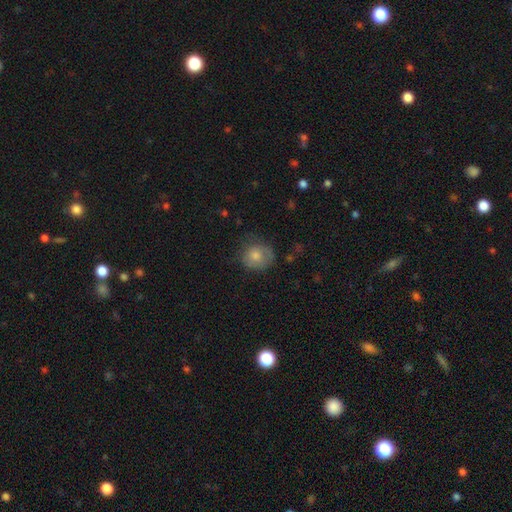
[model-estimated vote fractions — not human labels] Smooth or featured?
  - smooth: 75% *
  - featured or disk: 17%
  - star or artifact: 8%
How rounded?
  - round: 77% *
  - in between: 22%
  - cigar-shaped: 1%
Merging?
  - none: 58% *
  - minor disturbance: 28%
  - major disturbance: 12%
  - merger: 2%